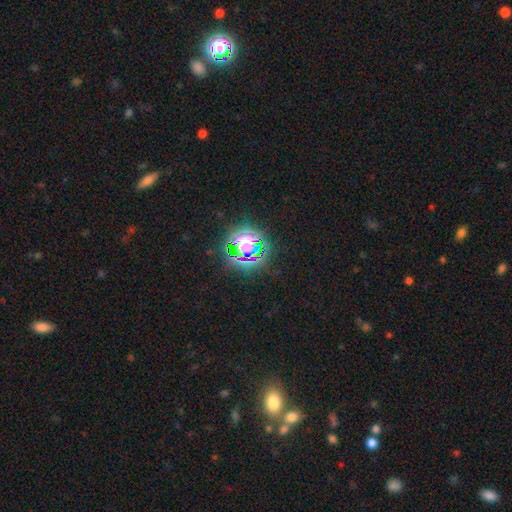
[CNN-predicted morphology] type=star or artifact (72%).